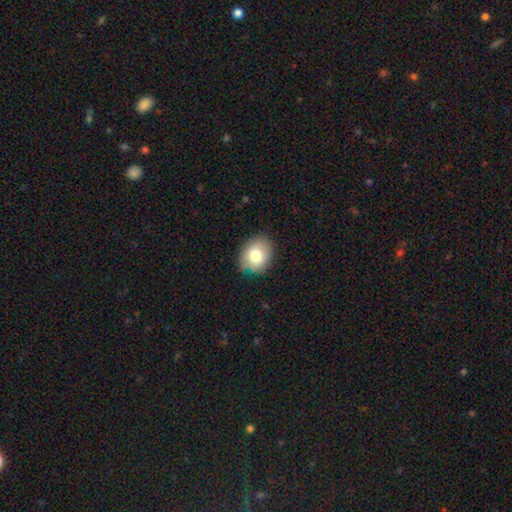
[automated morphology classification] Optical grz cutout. It shows a smooth galaxy with no disk features (77%) that is in between round and cigar-shaped (51%). Merging: none (80%).